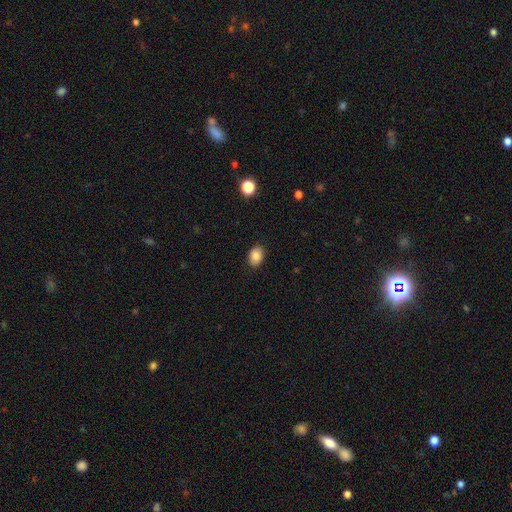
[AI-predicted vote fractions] The model was most divided on "how rounded": in between: 68%, round: 31%, cigar-shaped: 1%. More confident: merging — none (88%); smooth or featured — smooth (87%).